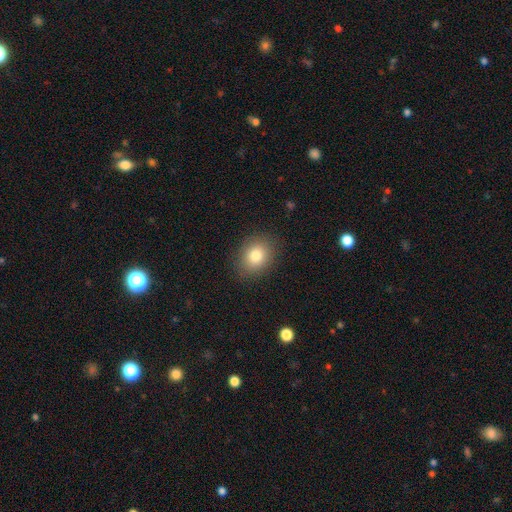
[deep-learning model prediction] A smooth galaxy with no disk features (81%) that is in between round and cigar-shaped (51%). Merging: none (87%).